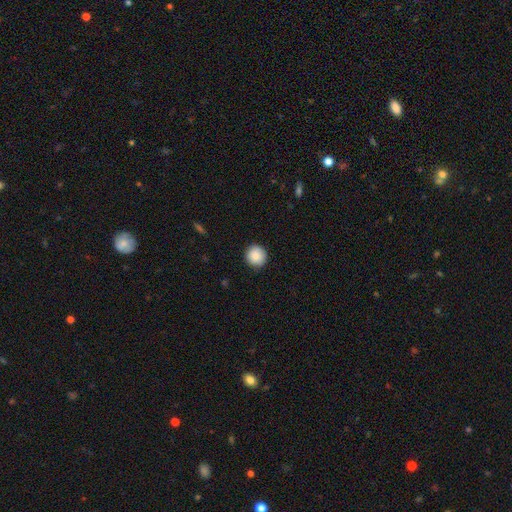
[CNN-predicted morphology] This appears to be a smooth galaxy with no disk features (89%) that is round (94%). Merging: none (91%).